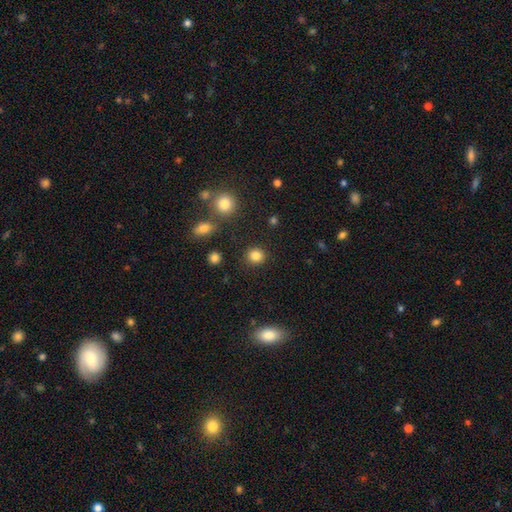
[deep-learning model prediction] A smooth galaxy with no disk features (84%) that is round (86%).

Vote fractions:
- Smooth or featured? smooth: 84% / star or artifact: 11% / featured or disk: 5%
- How rounded? round: 86% / in between: 13% / cigar-shaped: 1%
- Merging? none: 89% / minor disturbance: 6% / major disturbance: 2% / merger: 2%